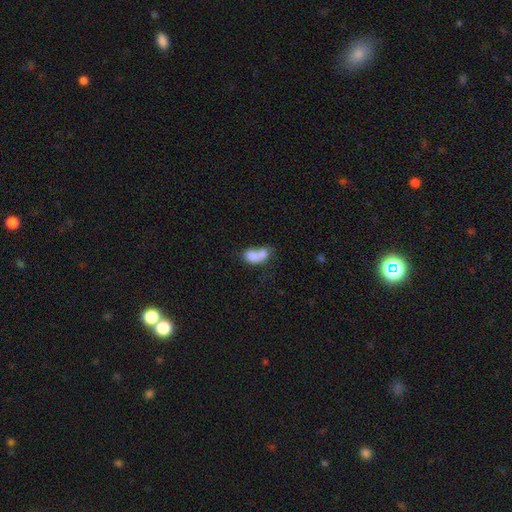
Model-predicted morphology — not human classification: type=smooth (73%); roundness=in between (72%); merging=merger (71%).